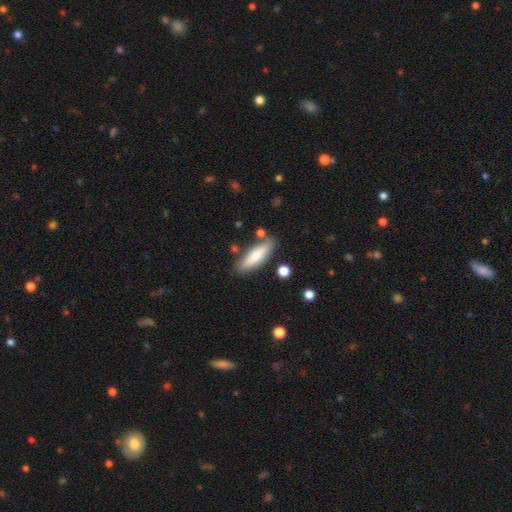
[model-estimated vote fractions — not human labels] Smooth or featured? Predicted: smooth (p=0.70). How rounded? Predicted: cigar-shaped (p=0.55). Merging? Predicted: none (p=0.79).